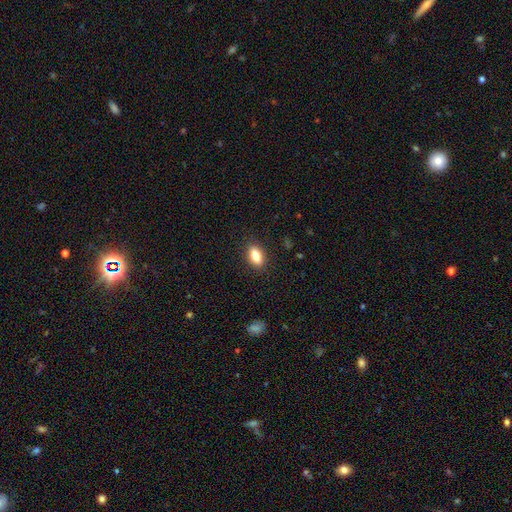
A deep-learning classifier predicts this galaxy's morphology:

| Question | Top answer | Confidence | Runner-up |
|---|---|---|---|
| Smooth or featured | smooth | 84% | featured or disk (9%) |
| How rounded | in between | 87% | round (7%) |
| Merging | none | 88% | minor disturbance (9%) |